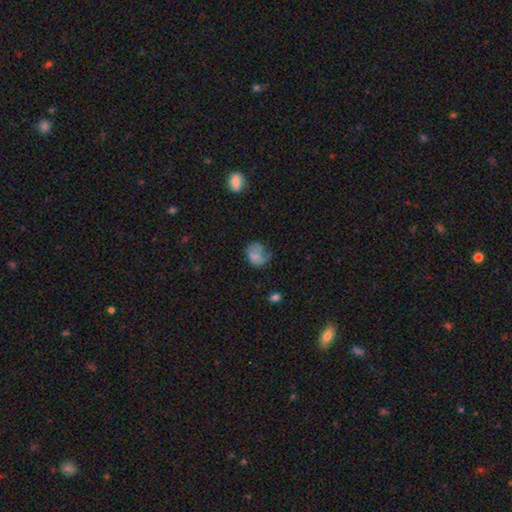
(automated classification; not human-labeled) smooth 58%, featured or disk 30%, star or artifact 11%. Down the decision tree: how rounded — in between (52%); merging — major disturbance (43%).